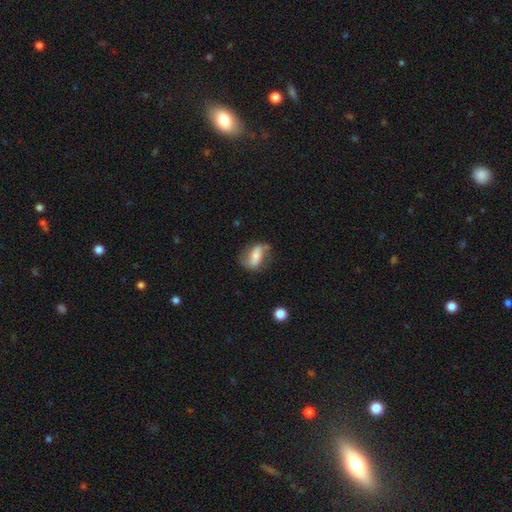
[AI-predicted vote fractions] Smooth or featured?
  - featured or disk: 56% *
  - smooth: 36%
  - star or artifact: 7%
Edge-on disk?
  - no: 92% *
  - yes: 8%
Bar?
  - strong: 40% *
  - no: 32%
  - weak: 29%
Spiral arms?
  - yes: 77% *
  - no: 23%
Bulge size?
  - moderate: 45% *
  - small: 40%
  - large: 8%
  - none: 5%
  - dominant: 2%
Merging?
  - none: 62% *
  - minor disturbance: 23%
  - major disturbance: 12%
  - merger: 3%